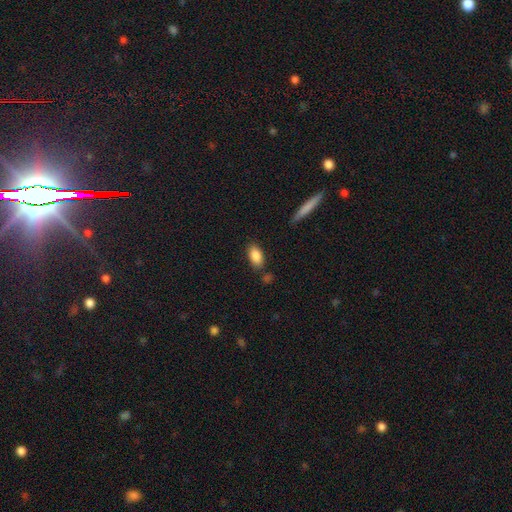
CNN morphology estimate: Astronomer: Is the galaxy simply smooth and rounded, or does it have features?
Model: smooth — 87%.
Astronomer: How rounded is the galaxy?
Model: in between — 90%.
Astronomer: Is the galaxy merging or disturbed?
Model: none — 80%.